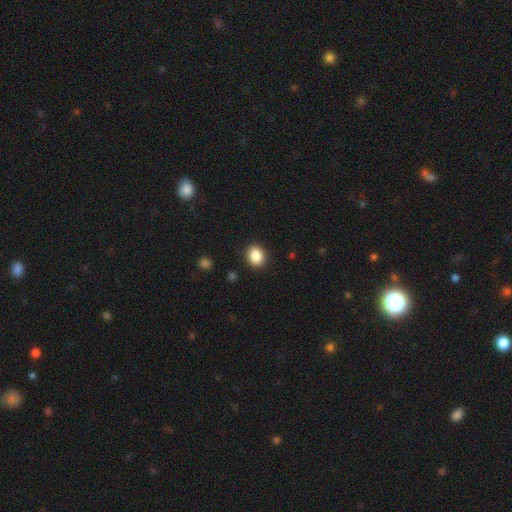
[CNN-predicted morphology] smooth_or_featured: smooth (p=0.87) [alt: star or artifact p=0.09]
how_rounded: in between (p=0.51) [alt: round p=0.48]
merging: none (p=0.90) [alt: minor disturbance p=0.07]